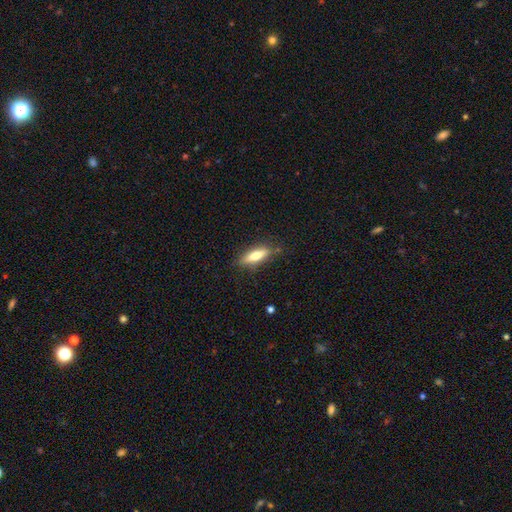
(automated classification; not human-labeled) Morphology: type=smooth (62%); roundness=cigar-shaped (55%); merging=none (82%).